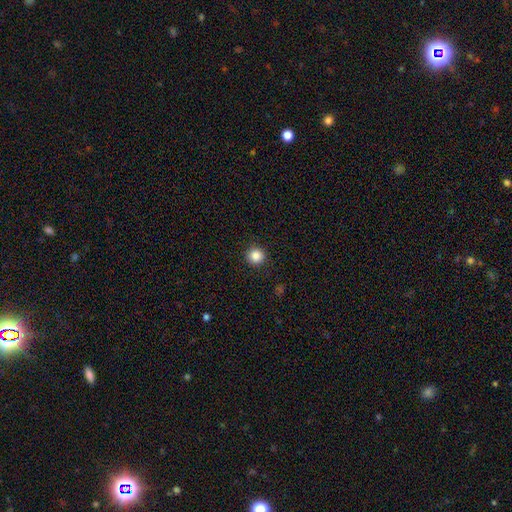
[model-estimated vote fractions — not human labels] smooth 86%, star or artifact 10%, featured or disk 4%. Down the decision tree: how rounded — round (94%); merging — none (92%).